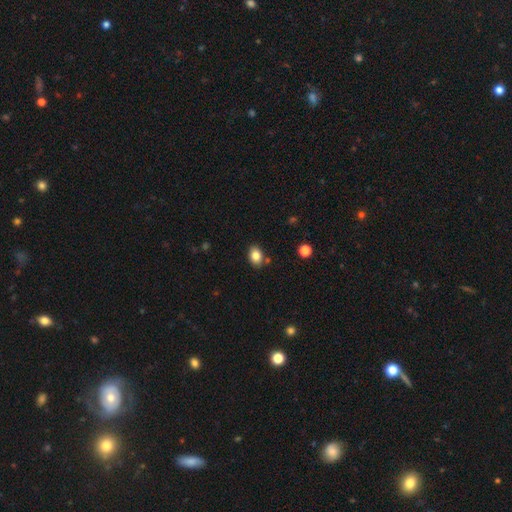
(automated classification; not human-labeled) Smooth or featured?
  - smooth: 83% *
  - star or artifact: 9%
  - featured or disk: 8%
How rounded?
  - in between: 78% *
  - round: 21%
  - cigar-shaped: 1%
Merging?
  - none: 81% *
  - minor disturbance: 12%
  - merger: 5%
  - major disturbance: 3%